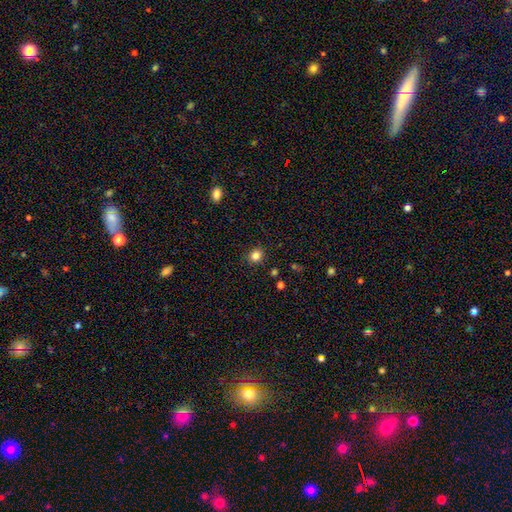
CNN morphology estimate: Q: Smooth or featured?
A: smooth (84%); runner-up: star or artifact (12%)
Q: How rounded?
A: round (75%); runner-up: in between (24%)
Q: Merging?
A: none (88%); runner-up: minor disturbance (8%)